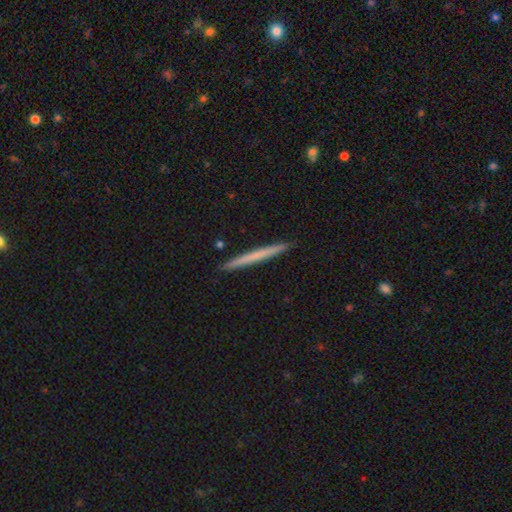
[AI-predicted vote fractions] A smooth galaxy with no disk features (59%) that is cigar-shaped (97%). Merging: none (93%).